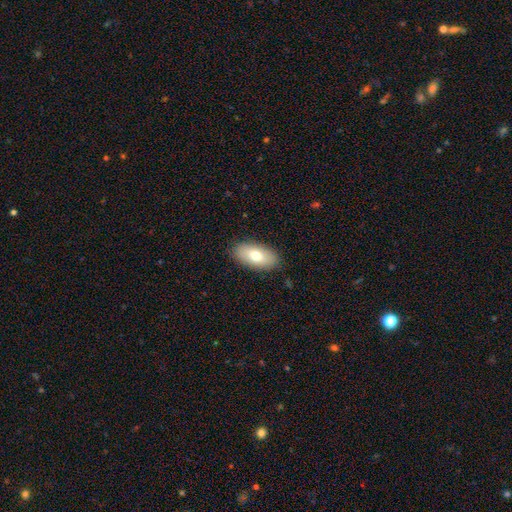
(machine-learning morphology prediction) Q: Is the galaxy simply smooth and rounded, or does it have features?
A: smooth — 74%.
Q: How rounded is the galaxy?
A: in between — 92%.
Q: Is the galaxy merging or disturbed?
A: none — 88%.